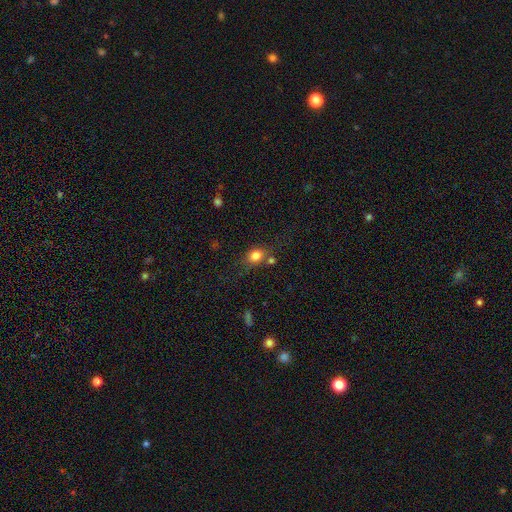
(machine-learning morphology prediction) smooth_or_featured: smooth (p=0.81) [alt: star or artifact p=0.11]
how_rounded: in between (p=0.53) [alt: round p=0.45]
merging: none (p=0.63) [alt: minor disturbance p=0.17]